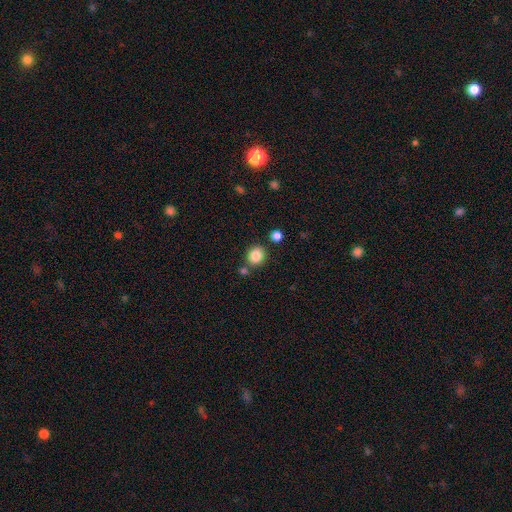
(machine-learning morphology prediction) This is clearly a smooth galaxy (86%). How rounded: likely round (73%). Merging: likely none (76%).